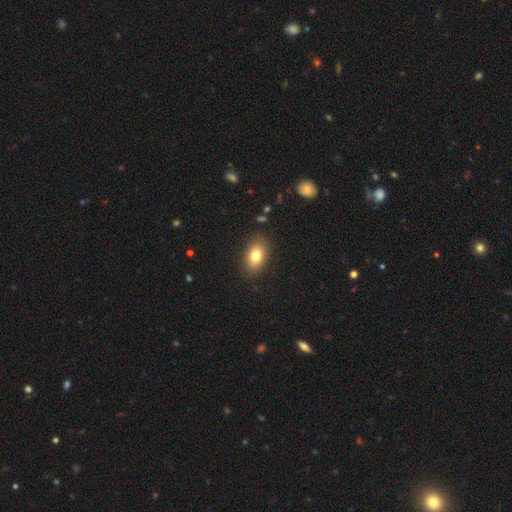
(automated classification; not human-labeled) This is likely a smooth galaxy (80%). How rounded: clearly in between (82%). Merging: clearly none (87%).